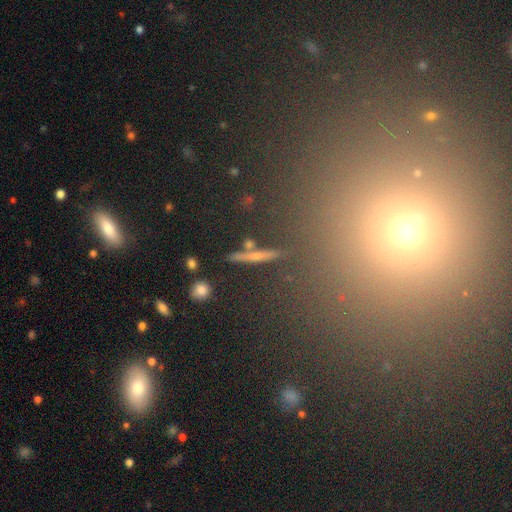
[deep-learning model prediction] The model was most divided on "smooth or featured": featured or disk: 46%, smooth: 38%, star or artifact: 17%. More confident: merging — none (82%).